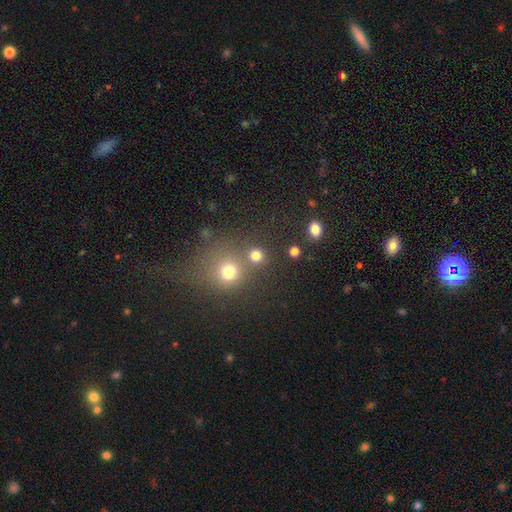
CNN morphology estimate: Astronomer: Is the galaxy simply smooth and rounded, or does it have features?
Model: smooth — 78%.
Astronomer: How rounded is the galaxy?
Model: round — 90%.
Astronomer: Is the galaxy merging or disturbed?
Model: none — 75%.